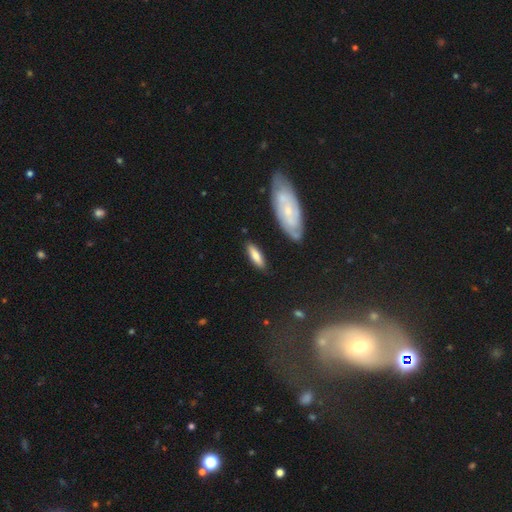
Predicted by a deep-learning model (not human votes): A smooth galaxy with no disk features (73%) that is cigar-shaped (51%). Merging: none (82%).